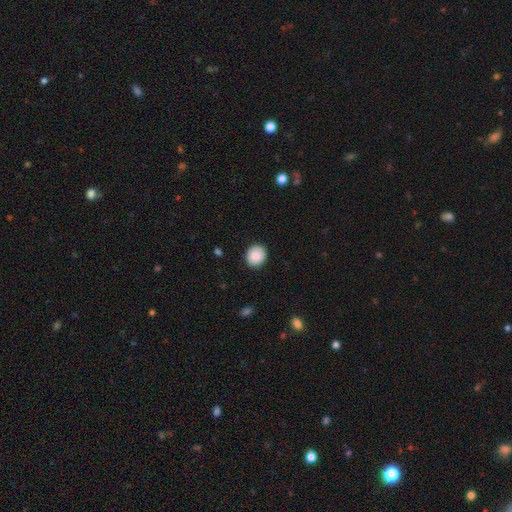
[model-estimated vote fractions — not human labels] Smooth or featured? smooth (88%)
How rounded? round (82%)
Merging? none (90%)